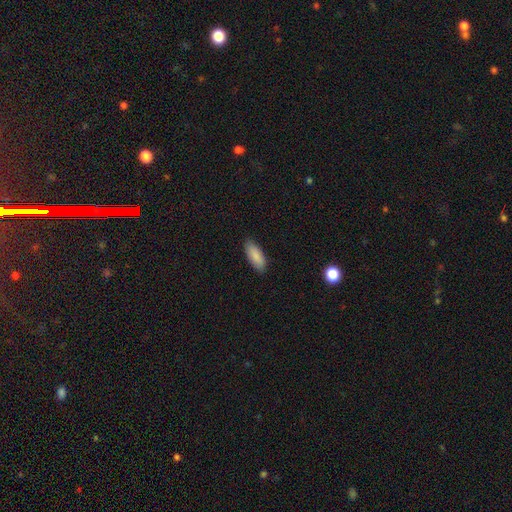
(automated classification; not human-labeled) Smooth or featured: smooth — 88% (featured or disk — 6%)
How rounded: in between — 78% (cigar-shaped — 20%)
Merging: none — 87% (minor disturbance — 10%)